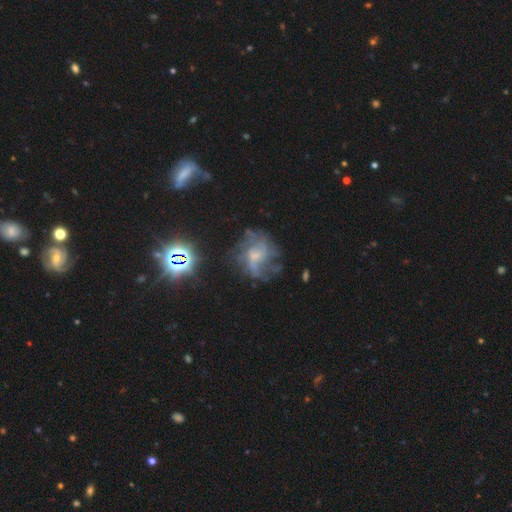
A featured or disk galaxy (71%) with no bar (63%), medium (40%) spiral arms (56%) and a small central bulge (41%).

Vote fractions:
- Smooth or featured? featured or disk: 71% / smooth: 21% / star or artifact: 8%
- Edge-on disk? no: 100% / yes: 0%
- Bar? no: 63% / weak: 33% / strong: 4%
- Spiral arms? yes: 56% / no: 44%
- Spiral winding? medium: 40% / tight: 33% / loose: 27%
- Spiral arm count? can't tell: 40% / more than 4: 27% / 2: 20% / 3: 7% / 4: 7% / 1: 0%
- Bulge size? small: 41% / moderate: 33% / none: 22% / large: 4% / dominant: 0%
- Merging? none: 43% / major disturbance: 31% / minor disturbance: 20% / merger: 6%